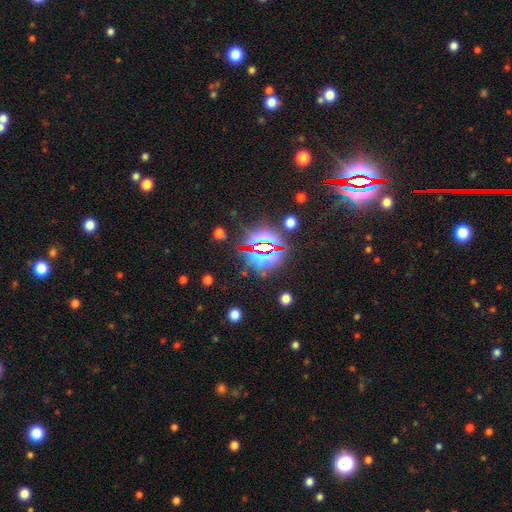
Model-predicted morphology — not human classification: Overall: star or artifact (85%).